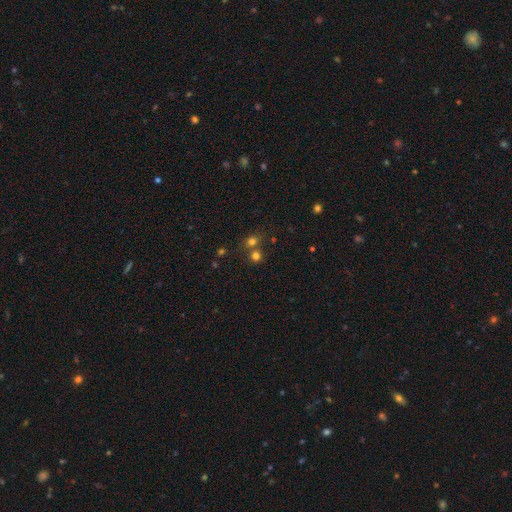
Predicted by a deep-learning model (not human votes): smooth 71%, star or artifact 21%, featured or disk 7%. Down the decision tree: how rounded — round (86%); merging — none (57%).